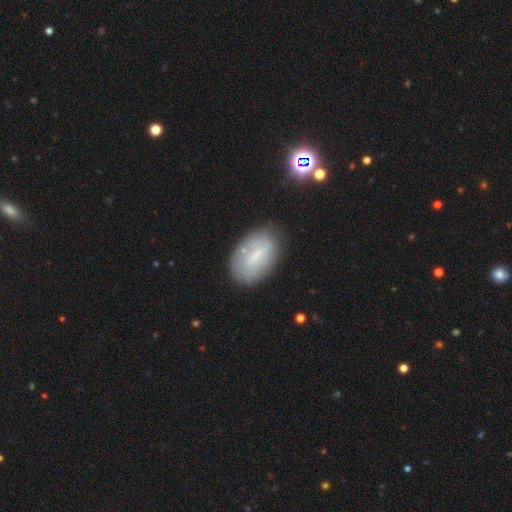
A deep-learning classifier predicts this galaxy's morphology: This is possibly a smooth galaxy (50%). How rounded: clearly in between (90%). Merging: likely none (72%).